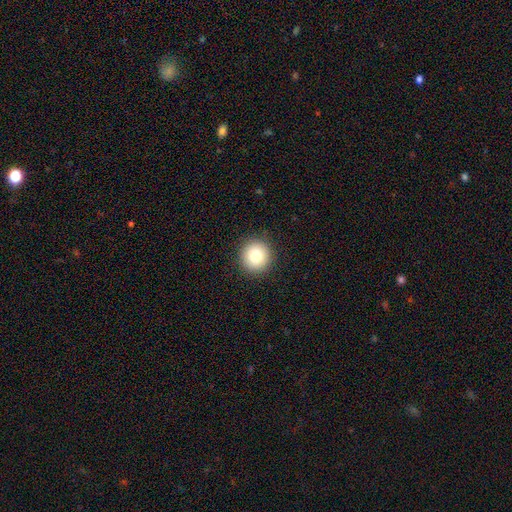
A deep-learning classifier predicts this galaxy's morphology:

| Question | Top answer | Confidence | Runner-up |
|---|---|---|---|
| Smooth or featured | smooth | 79% | star or artifact (11%) |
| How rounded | round | 94% | in between (5%) |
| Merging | none | 91% | minor disturbance (6%) |